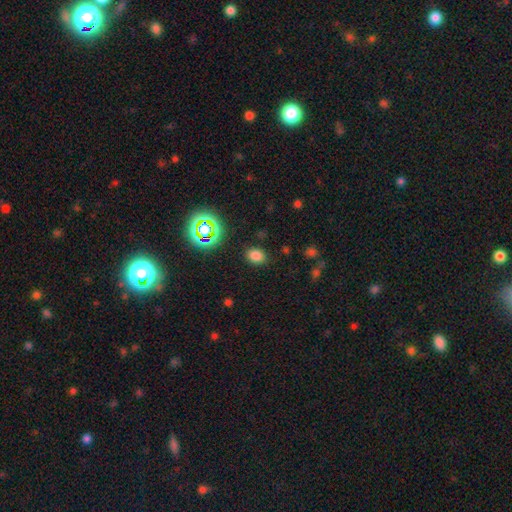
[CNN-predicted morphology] A smooth galaxy with no disk features (75%) that is in between round and cigar-shaped (56%).

Vote fractions:
- Smooth or featured? smooth: 75% / star or artifact: 19% / featured or disk: 6%
- How rounded? in between: 56% / round: 43% / cigar-shaped: 1%
- Merging? none: 86% / minor disturbance: 9% / major disturbance: 3% / merger: 2%